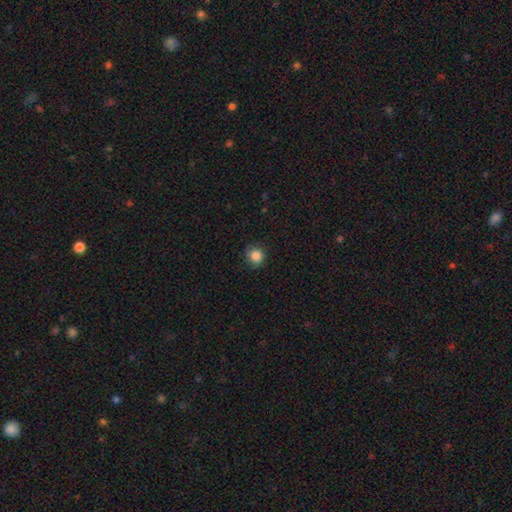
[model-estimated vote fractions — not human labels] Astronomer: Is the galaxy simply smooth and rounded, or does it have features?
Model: smooth — 85%.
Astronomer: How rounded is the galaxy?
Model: round — 90%.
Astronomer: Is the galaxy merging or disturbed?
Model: none — 83%.